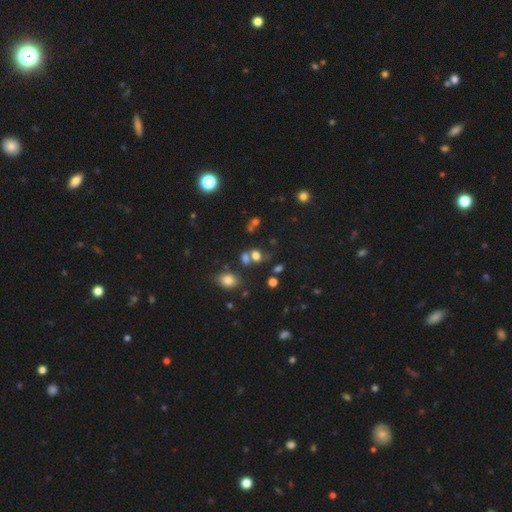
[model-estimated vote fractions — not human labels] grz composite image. It shows a smooth galaxy with no disk features (65%) that is in between round and cigar-shaped (52%). Merging: none (46%).